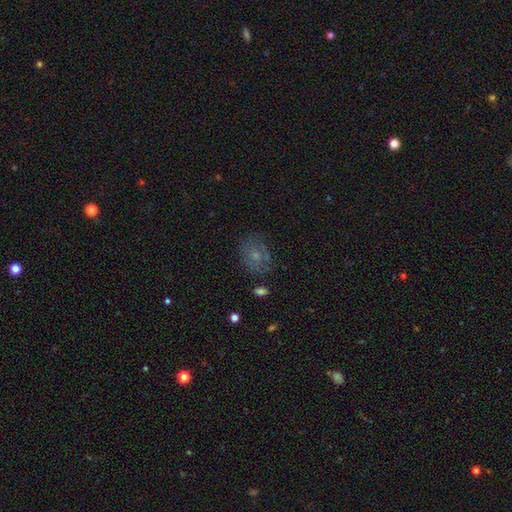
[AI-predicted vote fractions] Smooth or featured? Predicted: smooth (p=0.56). How rounded? Predicted: in between (p=0.55). Merging? Predicted: none (p=0.69).